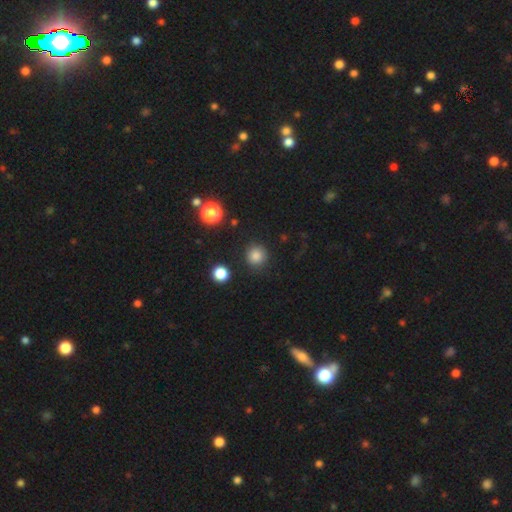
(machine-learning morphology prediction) smooth_or_featured: smooth (p=0.84) [alt: star or artifact p=0.12]
how_rounded: round (p=0.93) [alt: in between p=0.06]
merging: none (p=0.88) [alt: minor disturbance p=0.07]